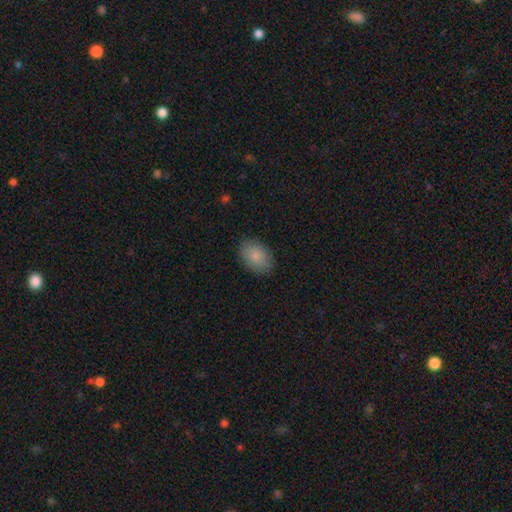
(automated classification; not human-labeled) Overall: smooth (87%). How rounded: in between (84%). Merging: none (86%).